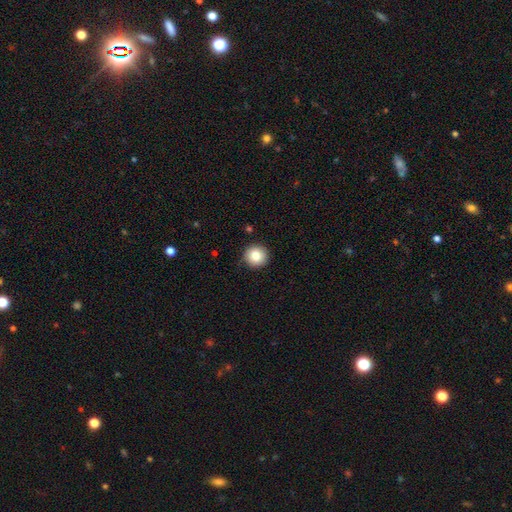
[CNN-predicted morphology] smooth_or_featured: smooth (p=0.85) [alt: star or artifact p=0.09]
how_rounded: round (p=0.94) [alt: in between p=0.05]
merging: none (p=0.90) [alt: minor disturbance p=0.07]